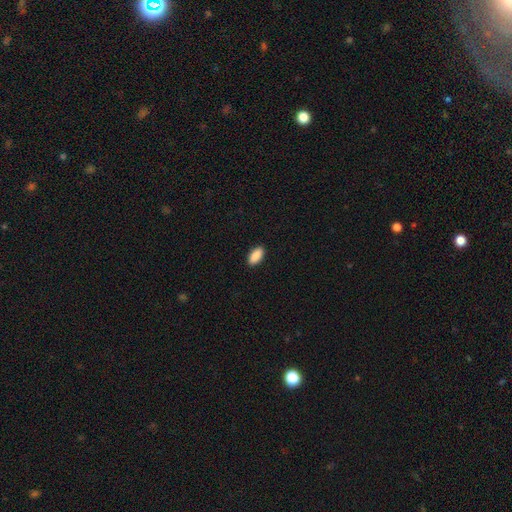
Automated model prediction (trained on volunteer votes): This is clearly a smooth galaxy (91%). How rounded: clearly in between (92%). Merging: clearly none (91%).